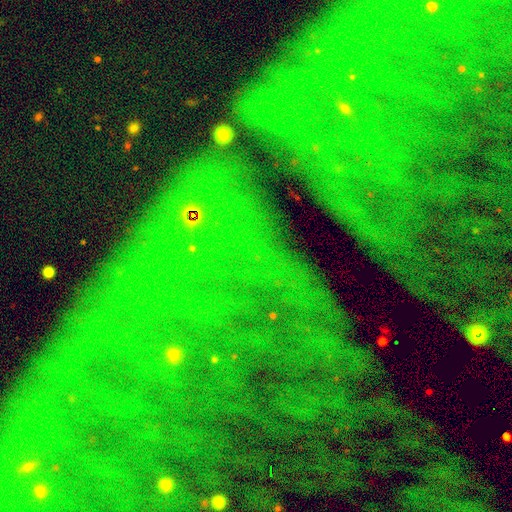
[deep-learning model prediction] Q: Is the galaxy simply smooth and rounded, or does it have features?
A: star or artifact — 83%.